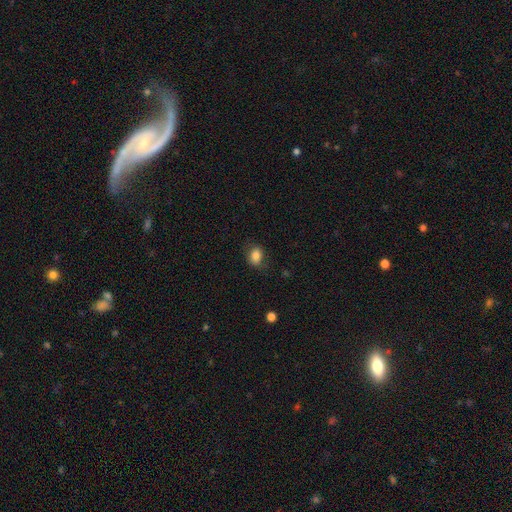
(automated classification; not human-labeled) Q: Smooth or featured?
A: smooth (83%); runner-up: star or artifact (9%)
Q: How rounded?
A: in between (67%); runner-up: round (32%)
Q: Merging?
A: none (75%); runner-up: minor disturbance (18%)